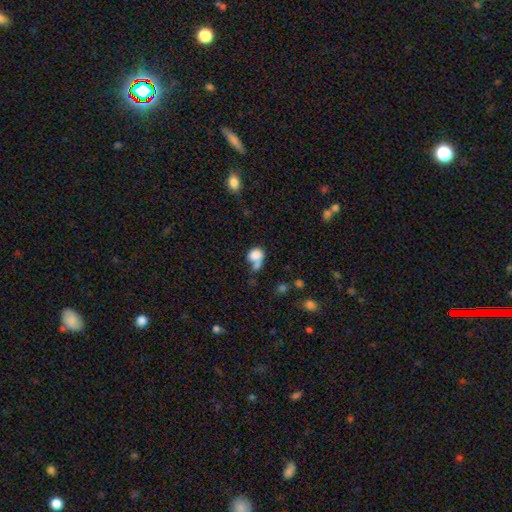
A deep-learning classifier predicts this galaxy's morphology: Smooth or featured? smooth (80%)
How rounded? in between (50%)
Merging? merger (44%)